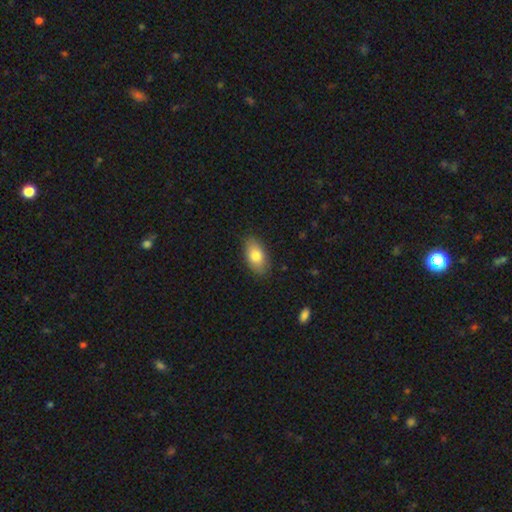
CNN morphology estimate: Overall: smooth (81%). How rounded: in between (92%). Merging: none (84%).